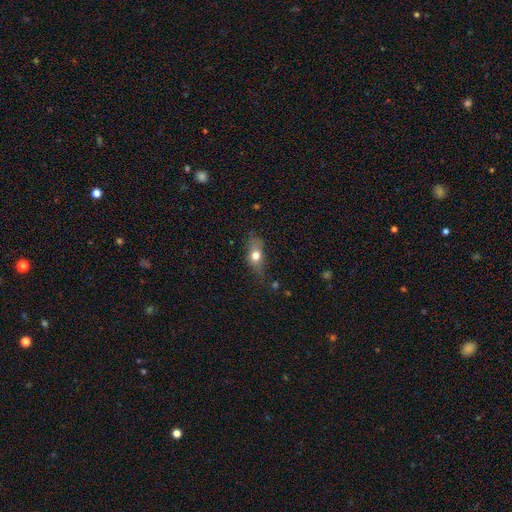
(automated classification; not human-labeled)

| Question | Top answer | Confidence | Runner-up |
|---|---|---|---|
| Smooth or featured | smooth | 67% | featured or disk (22%) |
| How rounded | in between | 68% | round (20%) |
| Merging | none | 54% | minor disturbance (29%) |